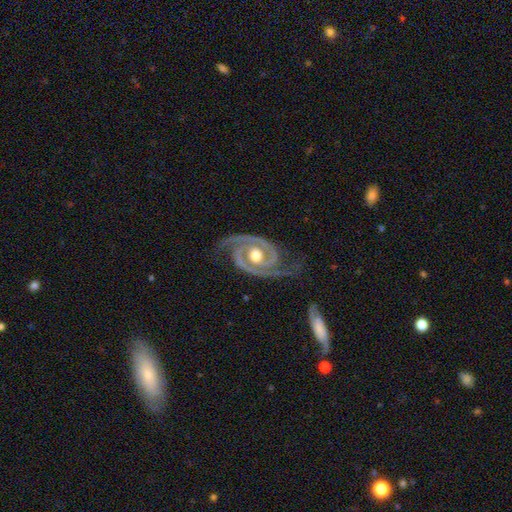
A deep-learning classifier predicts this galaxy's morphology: type=featured or disk (94%); edge-on=no (98%); bar=no (66%); spiral arms=yes (98%); winding=tight (53%); arm count=2 (94%); bulge=moderate (78%); merging=none (77%).